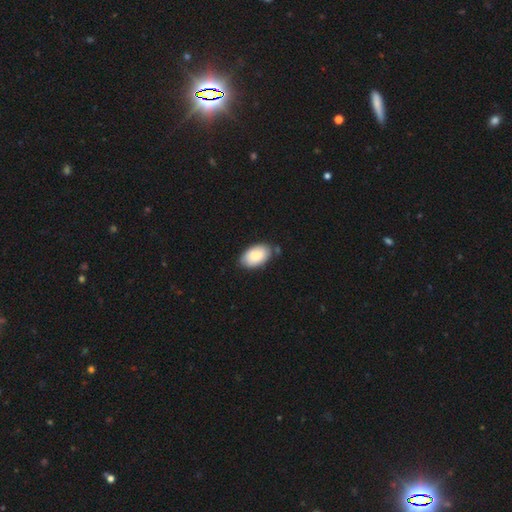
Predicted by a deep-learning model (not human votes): Smooth or featured? smooth (87%)
How rounded? in between (94%)
Merging? none (76%)